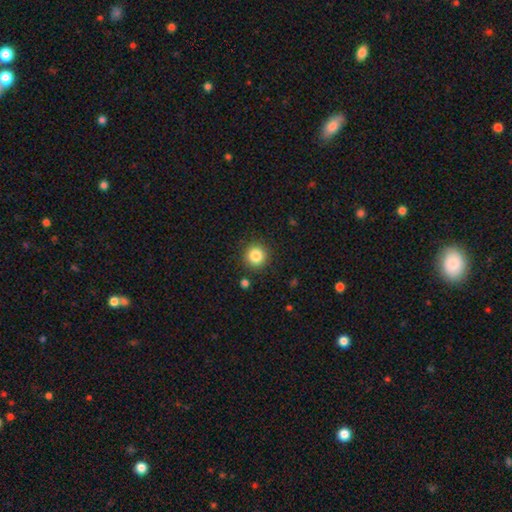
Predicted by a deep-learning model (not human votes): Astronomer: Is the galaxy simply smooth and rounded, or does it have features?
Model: smooth — 85%.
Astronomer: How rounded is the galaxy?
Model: round — 94%.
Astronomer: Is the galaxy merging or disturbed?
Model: none — 90%.